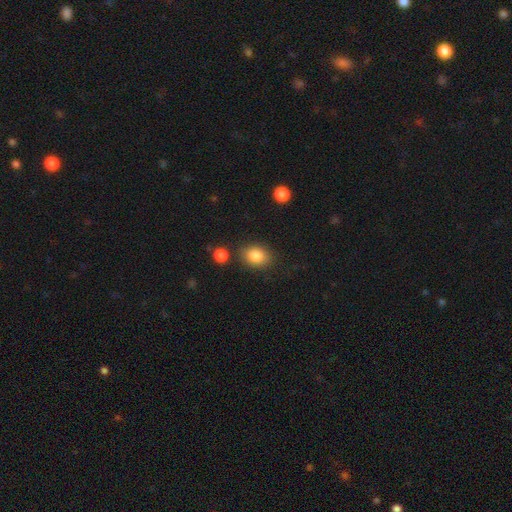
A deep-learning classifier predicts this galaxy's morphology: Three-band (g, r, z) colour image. It shows a smooth galaxy with no disk features (85%) that is in between round and cigar-shaped (60%). Merging: none (80%).